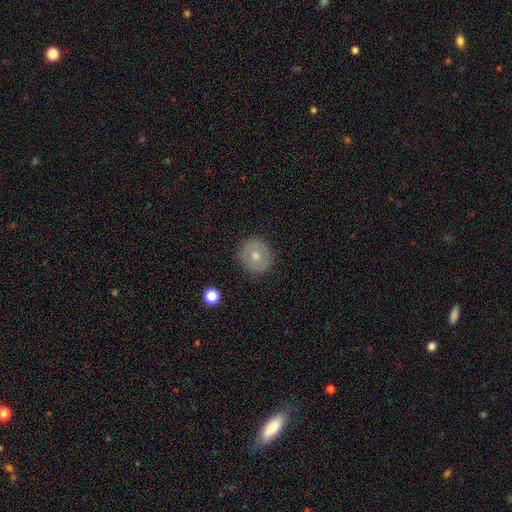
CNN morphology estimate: Smooth or featured? Predicted: smooth (p=0.63). How rounded? Predicted: round (p=0.91). Merging? Predicted: none (p=0.89).